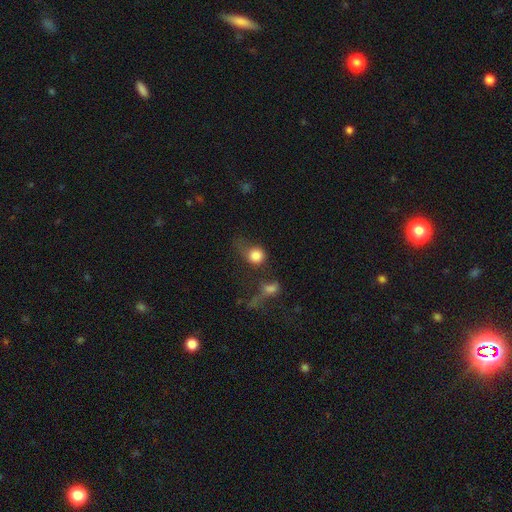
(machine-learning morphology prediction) This is likely a smooth galaxy (79%). How rounded: likely round (77%). Merging: marginally none (33%).